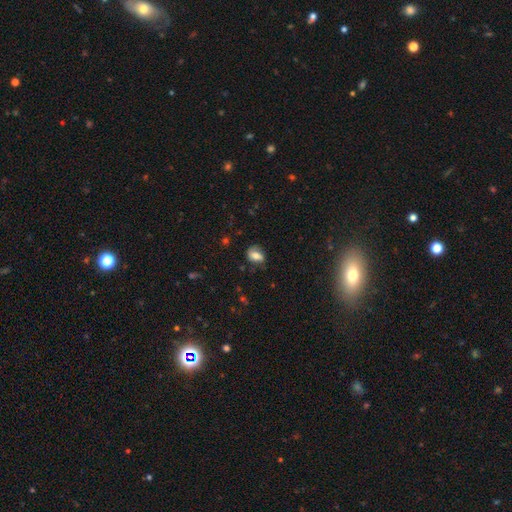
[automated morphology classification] smooth-or-featured: smooth: 68% | featured or disk: 23% | star or artifact: 9%
  how-rounded: in between: 78% | round: 20% | cigar-shaped: 2%
  merging: none: 62% | minor disturbance: 26% | major disturbance: 10% | merger: 2%